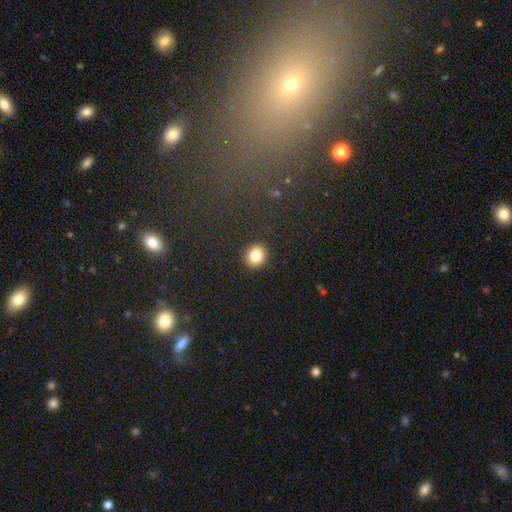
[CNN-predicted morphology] This is clearly a smooth galaxy (83%). How rounded: likely round (78%). Merging: clearly none (90%).